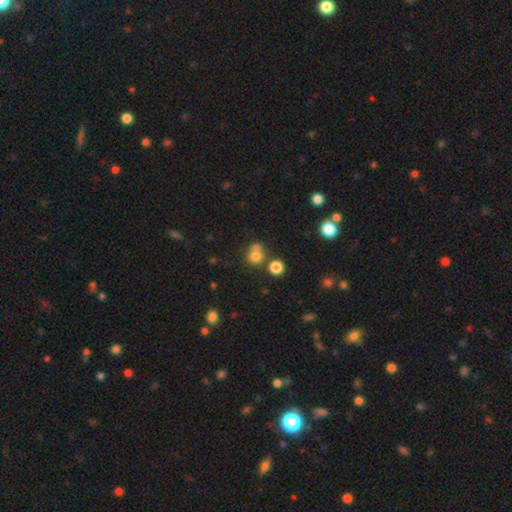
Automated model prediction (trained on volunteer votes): Smooth or featured? Predicted: smooth (p=0.75). How rounded? Predicted: round (p=0.80). Merging? Predicted: none (p=0.49).